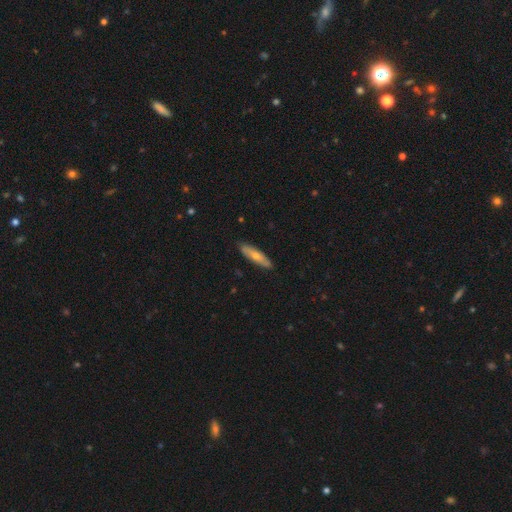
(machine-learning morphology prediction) Smooth or featured: smooth — 62% (featured or disk — 32%)
How rounded: cigar-shaped — 71% (in between — 27%)
Merging: none — 87% (minor disturbance — 11%)